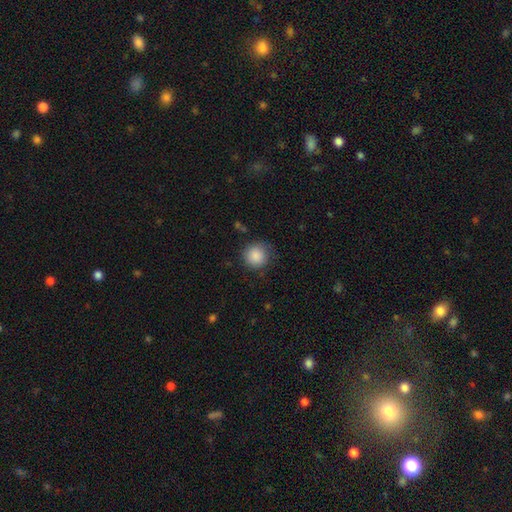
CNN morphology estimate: Q: Smooth or featured?
A: smooth (88%); runner-up: star or artifact (8%)
Q: How rounded?
A: round (93%); runner-up: in between (6%)
Q: Merging?
A: none (79%); runner-up: minor disturbance (15%)